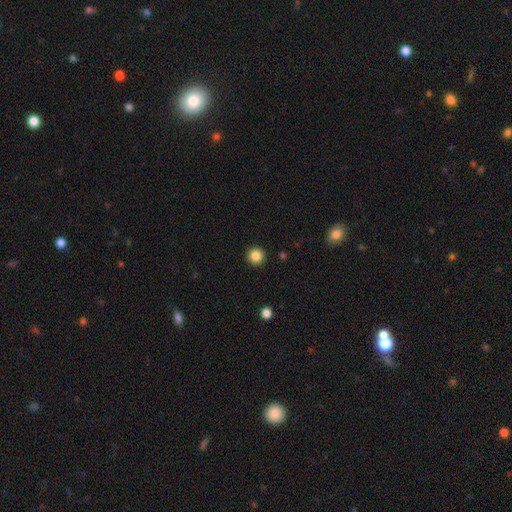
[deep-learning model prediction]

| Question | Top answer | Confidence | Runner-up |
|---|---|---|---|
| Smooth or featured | smooth | 85% | star or artifact (11%) |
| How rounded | round | 95% | in between (4%) |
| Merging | none | 92% | minor disturbance (5%) |